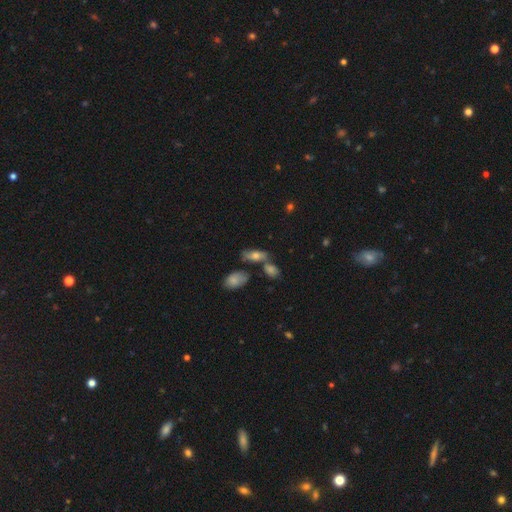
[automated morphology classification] This is likely a smooth galaxy (66%). How rounded: likely in between (77%). Merging: possibly none (49%).